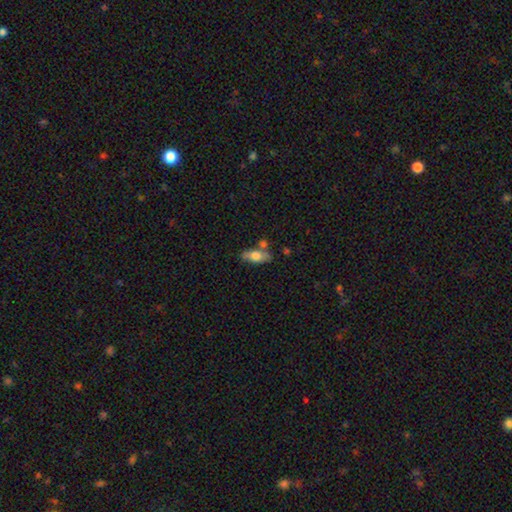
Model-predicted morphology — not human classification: Smooth or featured? smooth (67%)
How rounded? in between (78%)
Merging? none (65%)